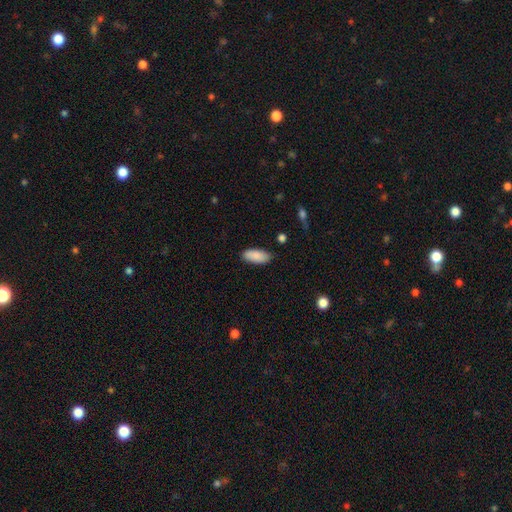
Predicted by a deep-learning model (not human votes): Overall: smooth (89%). How rounded: in between (87%). Merging: none (83%).